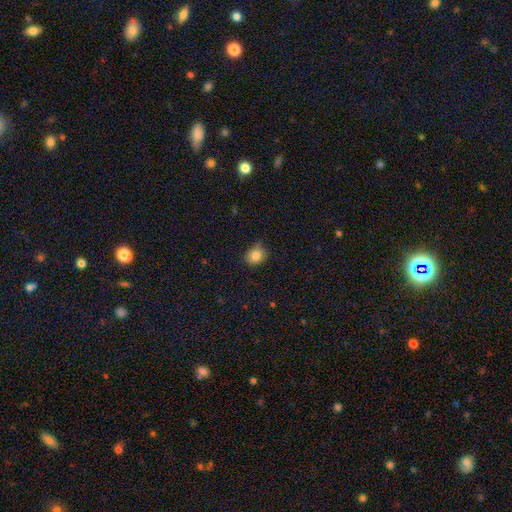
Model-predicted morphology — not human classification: A smooth galaxy with no disk features (84%) that is round (62%).

Vote fractions:
- Smooth or featured? smooth: 84% / star or artifact: 10% / featured or disk: 5%
- How rounded? round: 62% / in between: 37% / cigar-shaped: 1%
- Merging? none: 68% / minor disturbance: 26% / major disturbance: 4% / merger: 2%